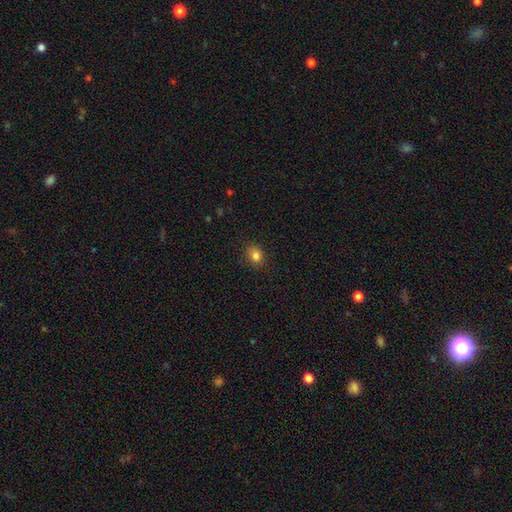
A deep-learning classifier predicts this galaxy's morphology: This appears to be a smooth galaxy with no disk features (83%) that is round (53%). Merging: none (87%).